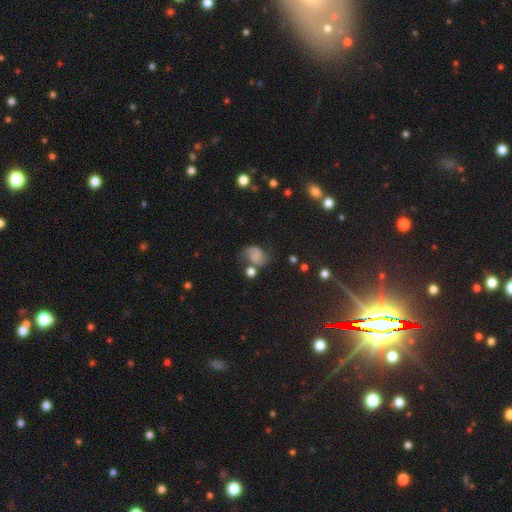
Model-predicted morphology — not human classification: This appears to be a featured or disk galaxy (50%). Merging: none (44%).